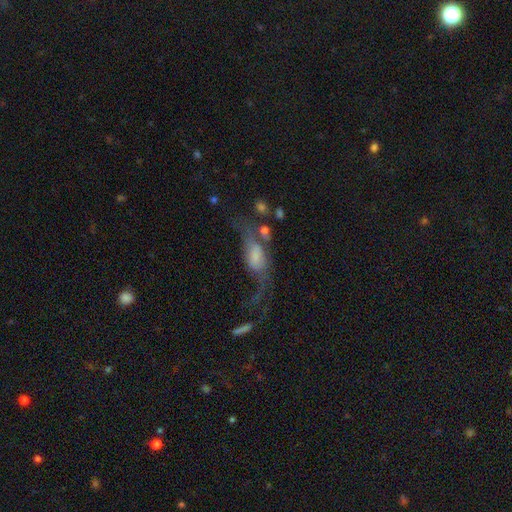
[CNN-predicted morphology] This appears to be a featured or disk galaxy (49%). Merging: major disturbance (47%).